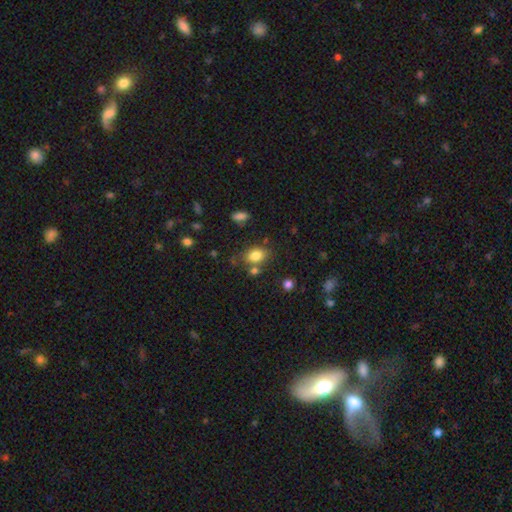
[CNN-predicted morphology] This is clearly a smooth galaxy (82%). How rounded: likely in between (75%). Merging: likely none (69%).